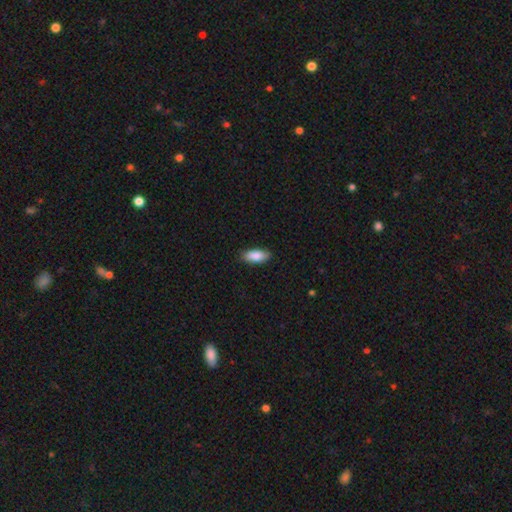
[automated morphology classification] This appears to be a smooth galaxy with no disk features (87%) that is in between round and cigar-shaped (83%). Merging: none (86%).